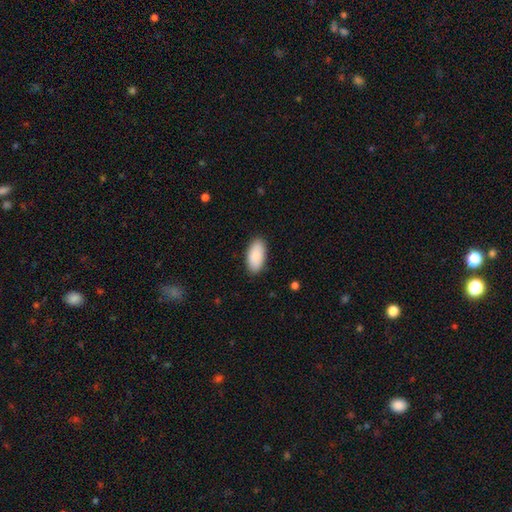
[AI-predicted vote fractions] smooth 90%, star or artifact 6%, featured or disk 5%. Down the decision tree: how rounded — in between (94%); merging — none (87%).